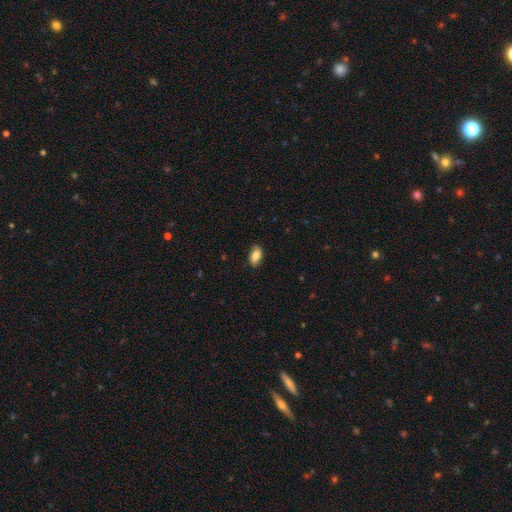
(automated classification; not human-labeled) Smooth or featured?
  - smooth: 80% *
  - featured or disk: 13%
  - star or artifact: 7%
How rounded?
  - in between: 91% *
  - round: 5%
  - cigar-shaped: 4%
Merging?
  - none: 84% *
  - minor disturbance: 12%
  - major disturbance: 2%
  - merger: 1%